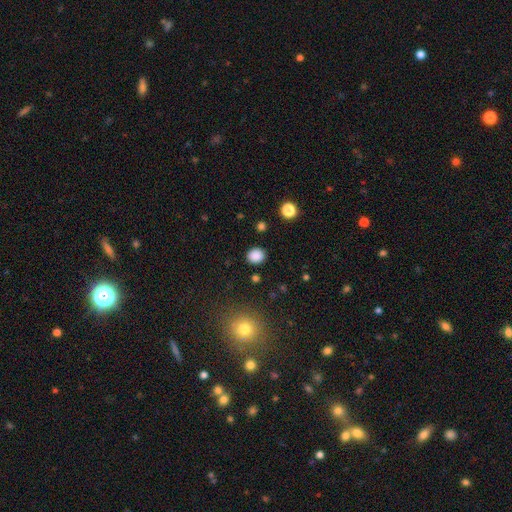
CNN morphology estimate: The model was most divided on "how rounded": round: 72%, in between: 27%, cigar-shaped: 1%. More confident: merging — none (88%); smooth or featured — smooth (86%).